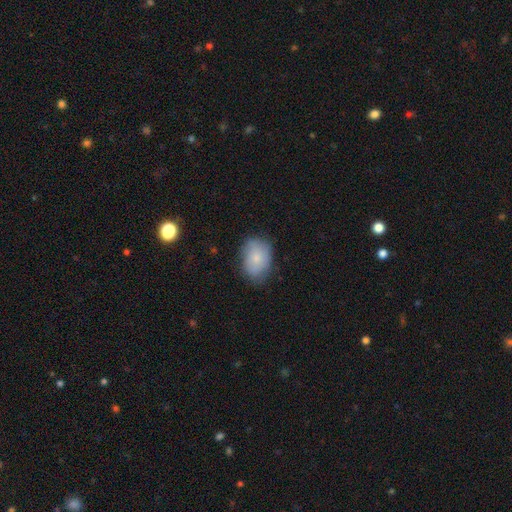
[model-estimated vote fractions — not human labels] Smooth or featured? Predicted: smooth (p=0.75). How rounded? Predicted: in between (p=0.78). Merging? Predicted: none (p=0.73).